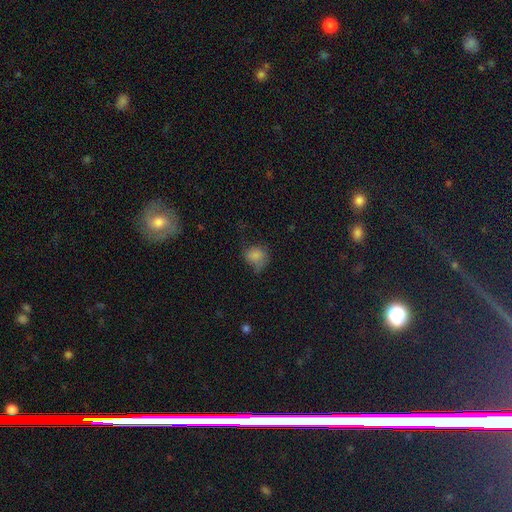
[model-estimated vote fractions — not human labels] Overall: smooth (75%). How rounded: round (65%; in between 34%). Merging: none (40%; minor disturbance 33%).